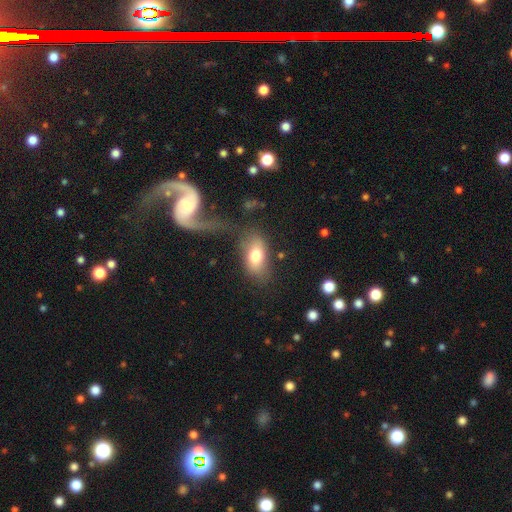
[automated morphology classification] Smooth or featured?
  - smooth: 72% *
  - featured or disk: 20%
  - star or artifact: 7%
How rounded?
  - in between: 88% *
  - round: 9%
  - cigar-shaped: 3%
Merging?
  - none: 56% *
  - minor disturbance: 17%
  - major disturbance: 15%
  - merger: 12%